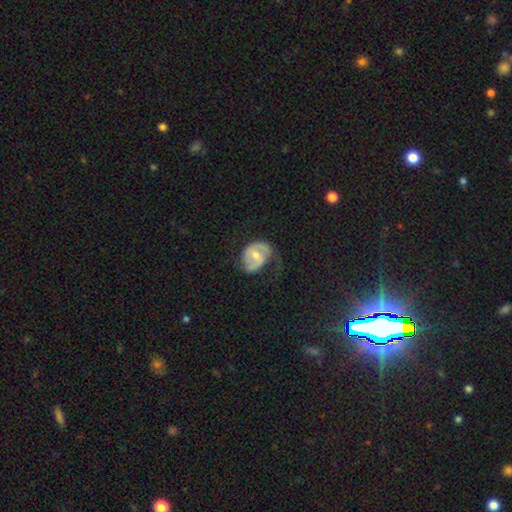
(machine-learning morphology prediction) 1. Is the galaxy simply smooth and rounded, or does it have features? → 62% featured or disk, 31% smooth, 6% star or artifact.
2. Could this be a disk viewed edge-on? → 97% no, 3% yes.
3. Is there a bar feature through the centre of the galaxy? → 47% weak, 35% no, 17% strong.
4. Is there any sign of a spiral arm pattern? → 77% yes, 23% no.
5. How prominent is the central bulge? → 60% moderate, 33% small, 4% large, 3% none, 1% dominant.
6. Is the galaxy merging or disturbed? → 36% none, 31% major disturbance, 30% minor disturbance, 2% merger.